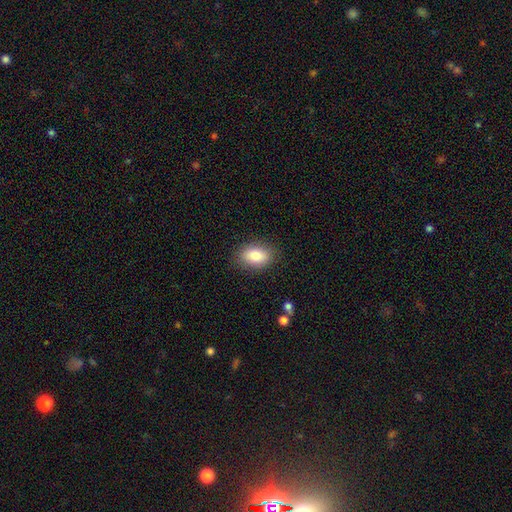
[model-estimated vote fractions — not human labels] smooth_or_featured: smooth (p=0.82) [alt: featured or disk p=0.10]
how_rounded: in between (p=0.83) [alt: round p=0.15]
merging: none (p=0.87) [alt: minor disturbance p=0.10]